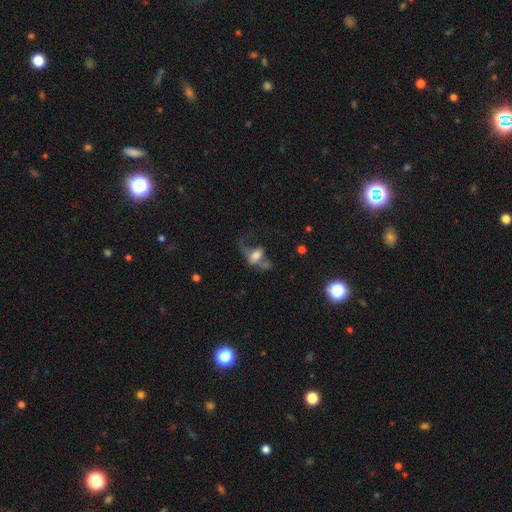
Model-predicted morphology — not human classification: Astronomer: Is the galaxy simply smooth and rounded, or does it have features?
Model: smooth — 50% (runner-up: featured or disk, 39%).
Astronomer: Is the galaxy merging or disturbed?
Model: major disturbance — 51%.